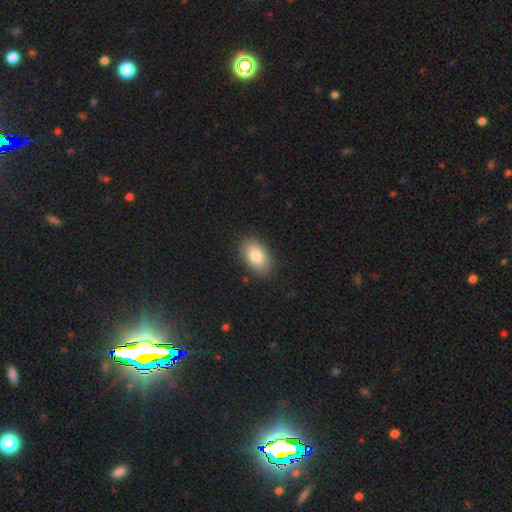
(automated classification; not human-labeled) smooth 84%, featured or disk 9%, star or artifact 7%. Down the decision tree: how rounded — in between (93%); merging — none (85%).